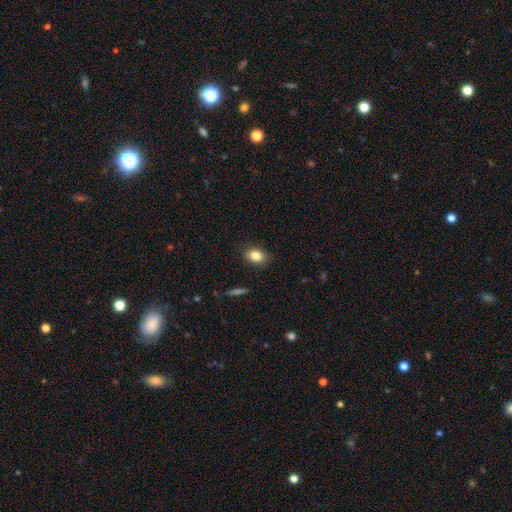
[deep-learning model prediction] Q: Smooth or featured?
A: smooth (83%); runner-up: star or artifact (9%)
Q: How rounded?
A: in between (71%); runner-up: round (27%)
Q: Merging?
A: none (87%); runner-up: minor disturbance (10%)